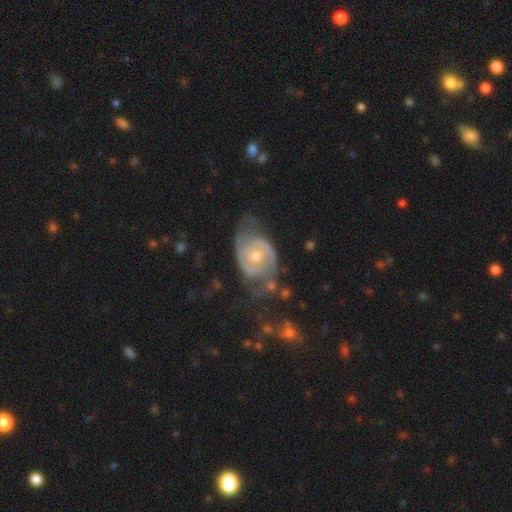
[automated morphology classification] Smooth or featured? Predicted: featured or disk (p=0.89). Edge-on disk? Predicted: no (p=0.97). Bar? Predicted: no (p=0.70). Spiral arms? Predicted: yes (p=0.97). Spiral winding? Predicted: tight (p=0.57). Spiral arm count? Predicted: 2 (p=0.85). Bulge size? Predicted: moderate (p=0.63). Merging? Predicted: none (p=0.62).